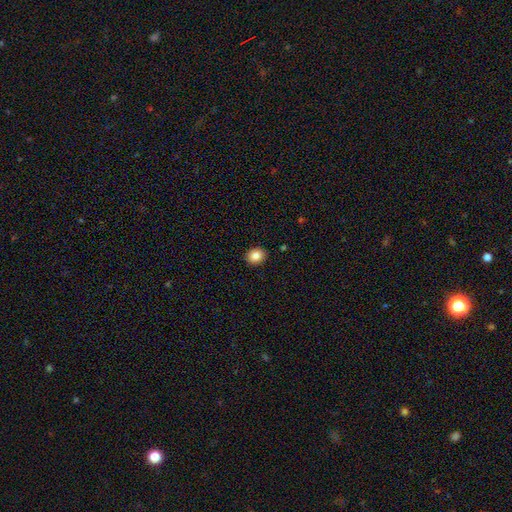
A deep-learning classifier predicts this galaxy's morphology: Q: Smooth or featured?
A: smooth (86%); runner-up: star or artifact (9%)
Q: How rounded?
A: round (53%); runner-up: in between (46%)
Q: Merging?
A: none (90%); runner-up: minor disturbance (7%)